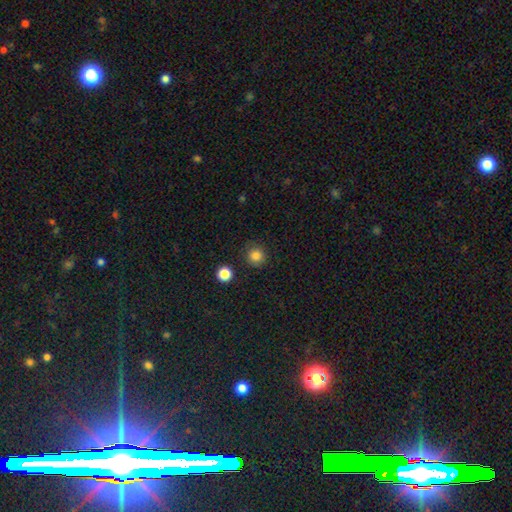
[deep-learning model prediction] A smooth galaxy with no disk features (83%) that is round (94%).

Vote fractions:
- Smooth or featured? smooth: 83% / star or artifact: 13% / featured or disk: 4%
- How rounded? round: 94% / in between: 5% / cigar-shaped: 1%
- Merging? none: 89% / minor disturbance: 7% / major disturbance: 2% / merger: 2%